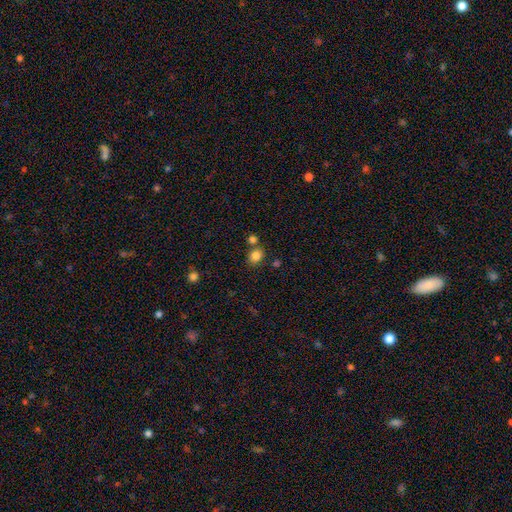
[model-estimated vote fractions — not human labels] Smooth or featured?
  - smooth: 83% *
  - star or artifact: 11%
  - featured or disk: 5%
How rounded?
  - round: 58% *
  - in between: 41%
  - cigar-shaped: 1%
Merging?
  - none: 70% *
  - merger: 16%
  - minor disturbance: 10%
  - major disturbance: 3%